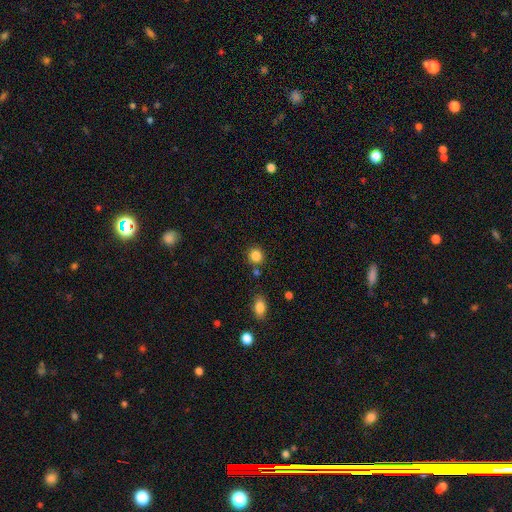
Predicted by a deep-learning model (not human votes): The model was most divided on "merging": none: 82%, minor disturbance: 9%, merger: 6%, major disturbance: 3%. More confident: how rounded — round (88%); smooth or featured — smooth (85%).